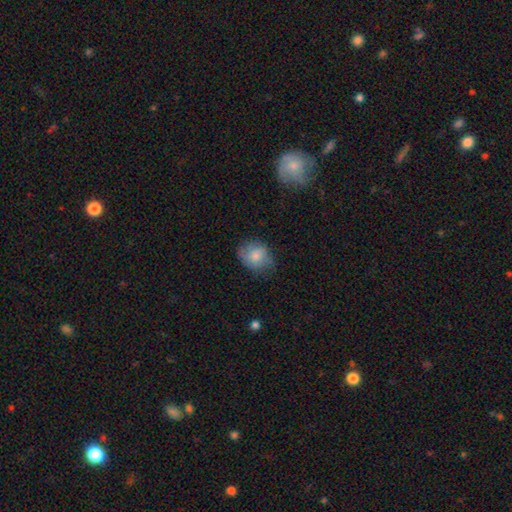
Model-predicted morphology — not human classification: Smooth or featured? smooth (75%)
How rounded? round (58%)
Merging? none (62%)